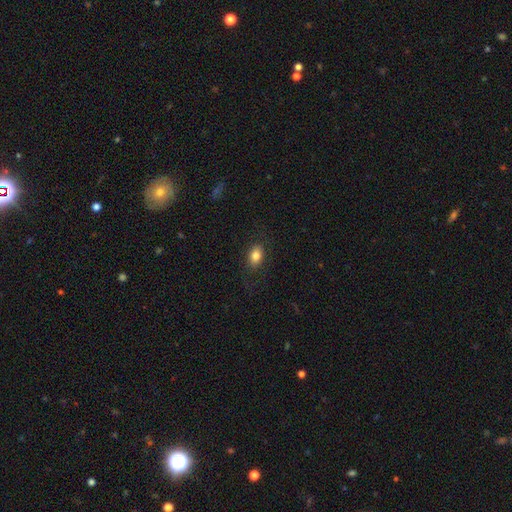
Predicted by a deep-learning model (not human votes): smooth_or_featured: smooth (p=0.83) [alt: featured or disk p=0.08]
how_rounded: in between (p=0.83) [alt: round p=0.15]
merging: none (p=0.85) [alt: minor disturbance p=0.10]